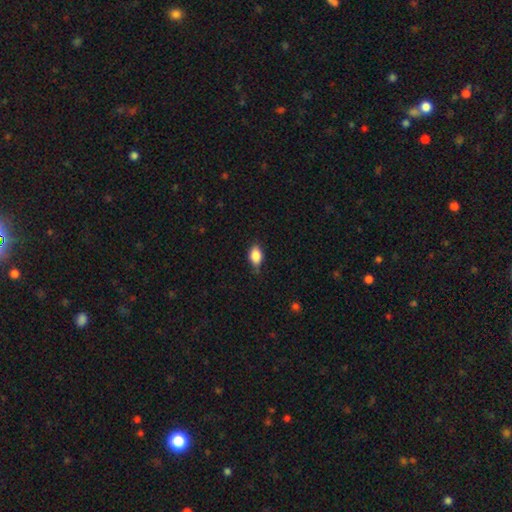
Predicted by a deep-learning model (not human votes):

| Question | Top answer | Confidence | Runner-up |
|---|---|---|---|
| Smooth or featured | smooth | 85% | star or artifact (8%) |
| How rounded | in between | 87% | round (10%) |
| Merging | none | 70% | minor disturbance (25%) |